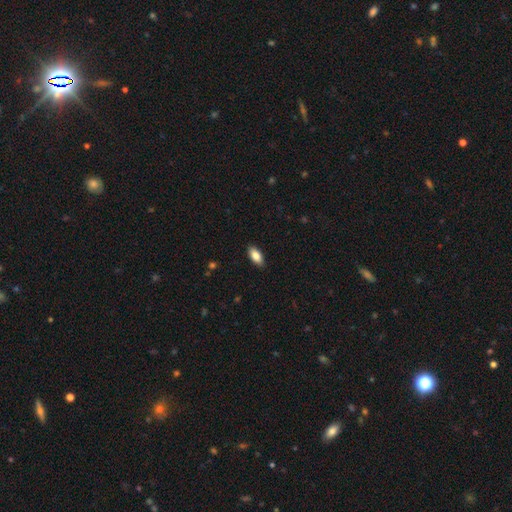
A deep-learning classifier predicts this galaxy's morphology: Overall: smooth (86%). How rounded: in between (90%). Merging: none (88%).